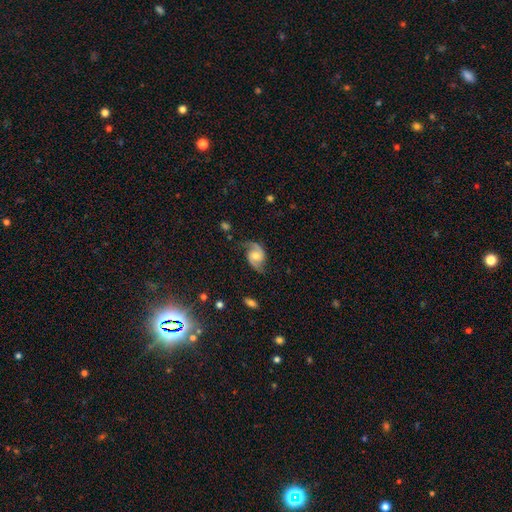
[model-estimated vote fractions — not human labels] A featured or disk galaxy (86%) with no bar (58%), 2 (93%) medium (50%) spiral arms (97%) and a moderate central bulge (56%).

Vote fractions:
- Smooth or featured? featured or disk: 86% / smooth: 8% / star or artifact: 6%
- Edge-on disk? no: 98% / yes: 2%
- Bar? no: 58% / weak: 34% / strong: 8%
- Spiral arms? yes: 97% / no: 3%
- Spiral winding? medium: 50% / loose: 35% / tight: 15%
- Spiral arm count? 2: 93% / 1: 2% / can't tell: 2% / 3: 1% / 4: 1% / more than 4: 1%
- Bulge size? moderate: 56% / small: 33% / large: 6% / none: 4% / dominant: 1%
- Merging? none: 76% / minor disturbance: 16% / major disturbance: 6% / merger: 1%